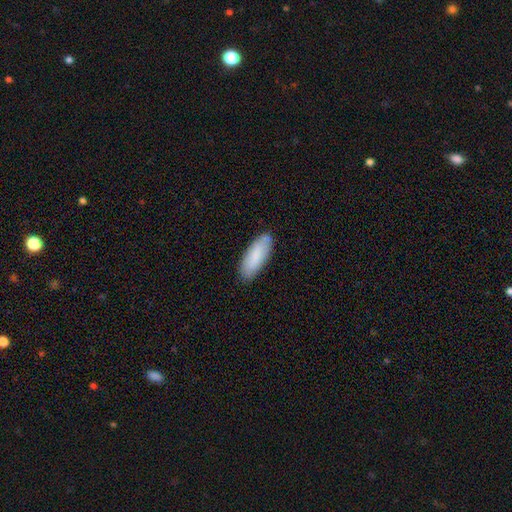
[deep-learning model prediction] This is clearly a smooth galaxy (84%). How rounded: likely in between (70%). Merging: clearly none (85%).